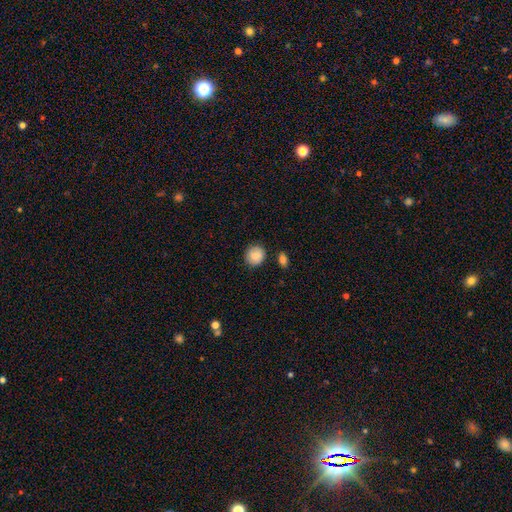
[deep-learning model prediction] Overall: smooth (84%). How rounded: round (82%). Merging: none (81%).